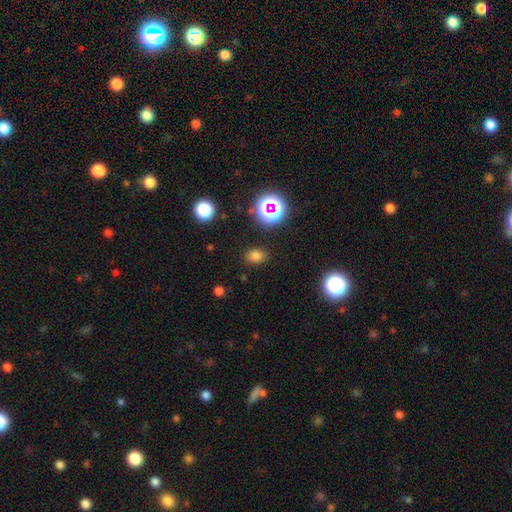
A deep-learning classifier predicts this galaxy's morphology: Smooth or featured: smooth — 72% (star or artifact — 21%)
How rounded: in between — 68% (round — 31%)
Merging: none — 86% (minor disturbance — 9%)